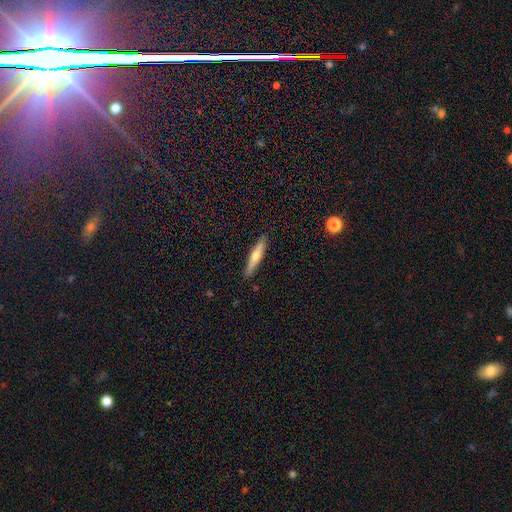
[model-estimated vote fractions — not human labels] featured or disk 48%, smooth 46%, star or artifact 6%. Down the decision tree: merging — none (89%).